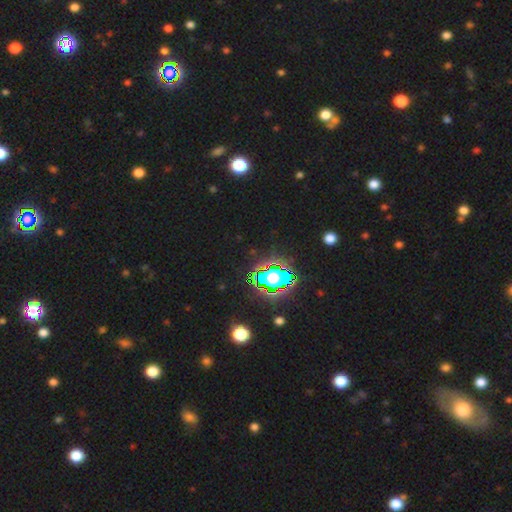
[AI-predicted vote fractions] Smooth or featured: star or artifact — 79% (smooth — 13%)